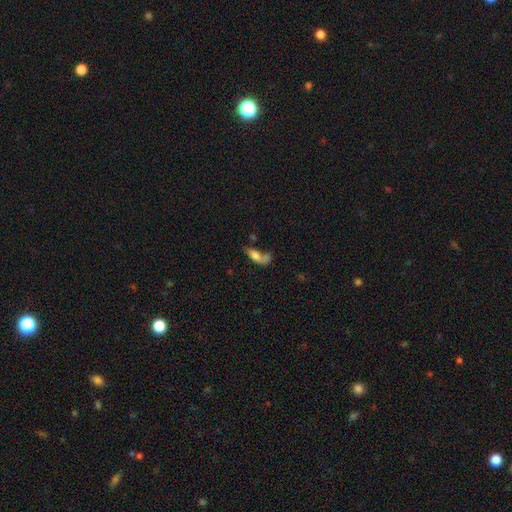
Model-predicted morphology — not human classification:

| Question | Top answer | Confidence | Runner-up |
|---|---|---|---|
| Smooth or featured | smooth | 68% | featured or disk (21%) |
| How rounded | in between | 72% | cigar-shaped (24%) |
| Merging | merger | 38% | none (29%) |